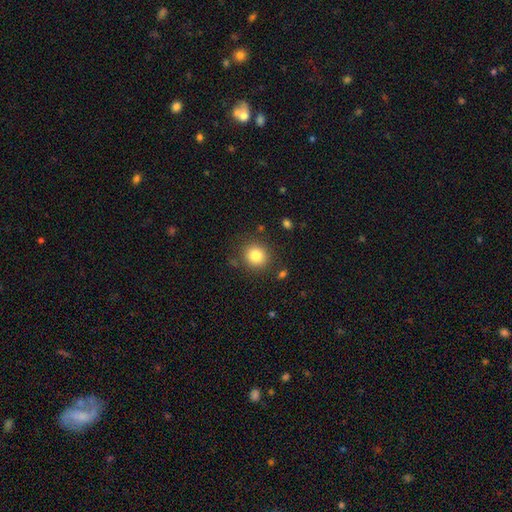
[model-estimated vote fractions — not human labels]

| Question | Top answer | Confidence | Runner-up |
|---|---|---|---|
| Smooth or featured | smooth | 82% | star or artifact (11%) |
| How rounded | round | 88% | in between (11%) |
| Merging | none | 85% | minor disturbance (9%) |